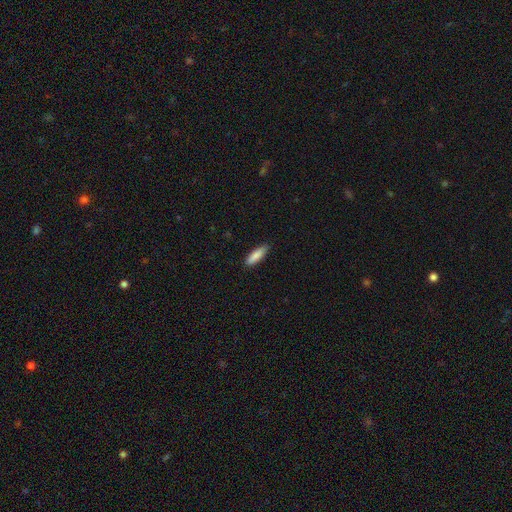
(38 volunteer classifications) Volunteers were most divided on "how rounded": cigar-shaped: 58%, in between: 42%, round: 0%. More confident: merging — none (86%); smooth or featured — smooth (82%).